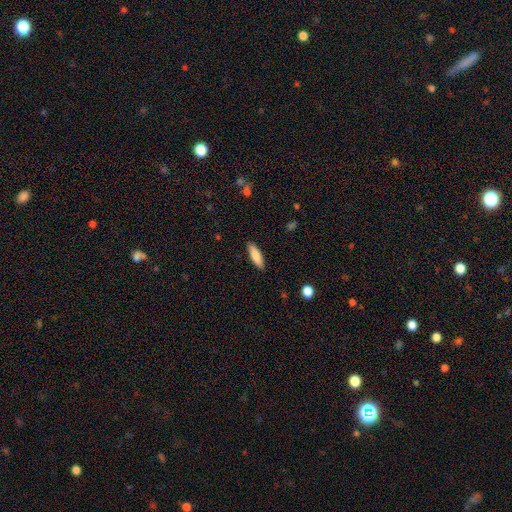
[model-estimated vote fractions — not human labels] Overall: smooth (81%). How rounded: cigar-shaped (53%; in between 45%). Merging: none (88%).